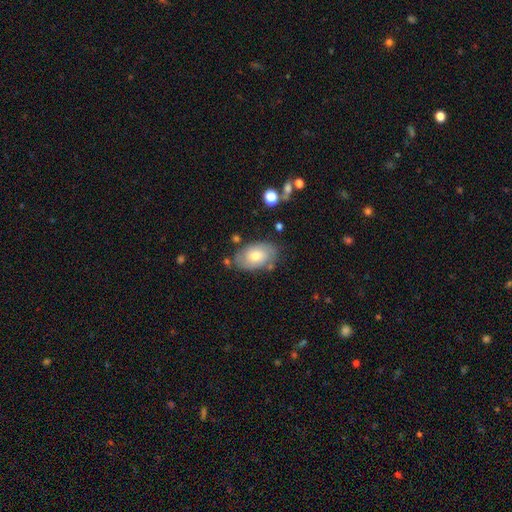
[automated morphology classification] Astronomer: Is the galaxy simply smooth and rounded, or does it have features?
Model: smooth — 52% (runner-up: featured or disk, 41%).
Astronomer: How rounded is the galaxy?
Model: in between — 88%.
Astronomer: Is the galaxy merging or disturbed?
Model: none — 72%.